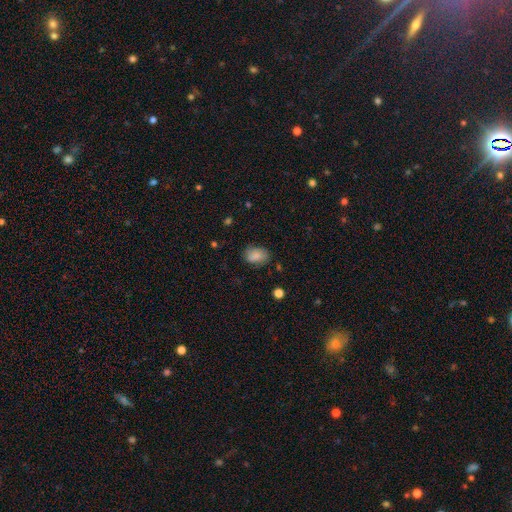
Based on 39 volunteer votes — smooth_or_featured: smooth (p=0.87) [alt: featured or disk p=0.10]
how_rounded: in between (p=0.76) [alt: round p=0.24]
merging: none (p=0.58) [alt: minor disturbance p=0.37]